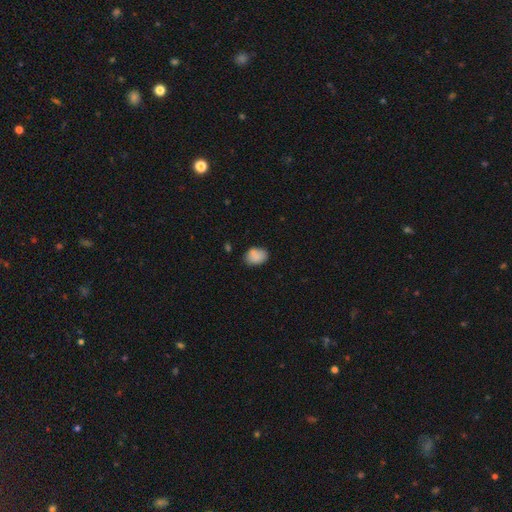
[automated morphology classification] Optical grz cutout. It shows a smooth galaxy with no disk features (86%) that is in between round and cigar-shaped (79%). Merging: none (73%).